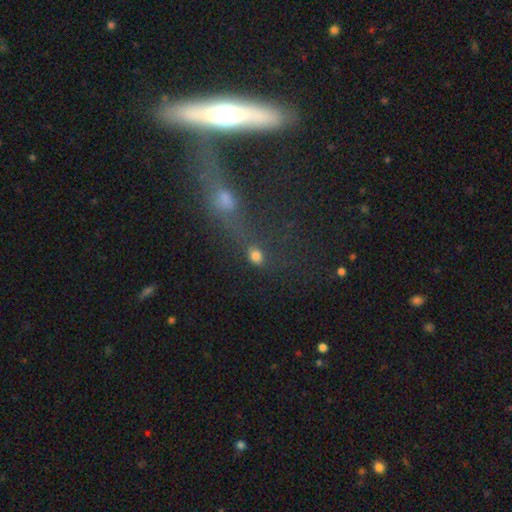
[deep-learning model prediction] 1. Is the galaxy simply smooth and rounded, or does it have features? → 74% smooth, 18% star or artifact, 7% featured or disk.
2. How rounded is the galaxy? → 65% in between, 30% round, 4% cigar-shaped.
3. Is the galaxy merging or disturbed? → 63% none, 14% minor disturbance, 14% merger, 10% major disturbance.